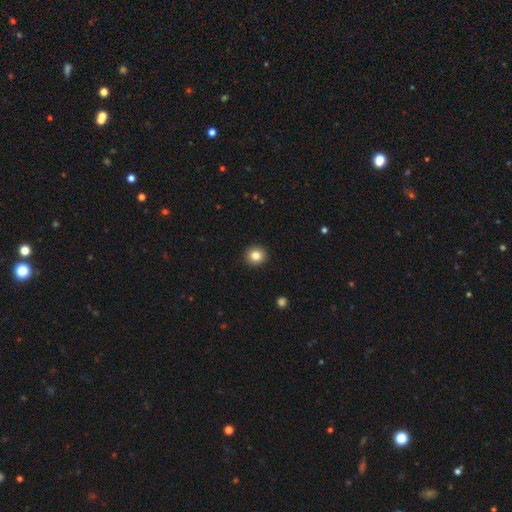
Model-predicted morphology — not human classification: smooth-or-featured: smooth: 83% | star or artifact: 10% | featured or disk: 7%
  how-rounded: round: 91% | in between: 8% | cigar-shaped: 1%
  merging: none: 93% | minor disturbance: 5% | major disturbance: 1% | merger: 1%